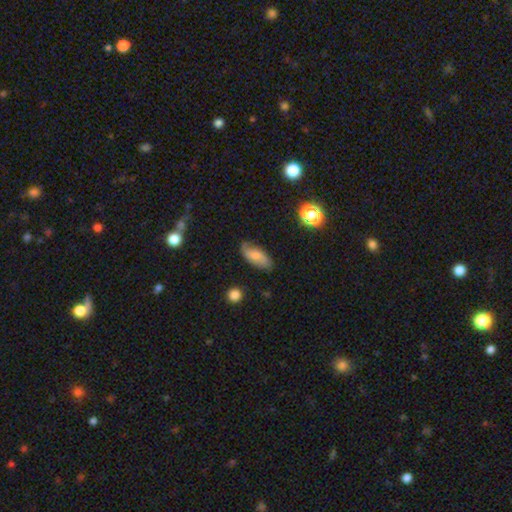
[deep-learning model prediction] Smooth or featured? smooth (58%)
How rounded? in between (85%)
Merging? none (72%)